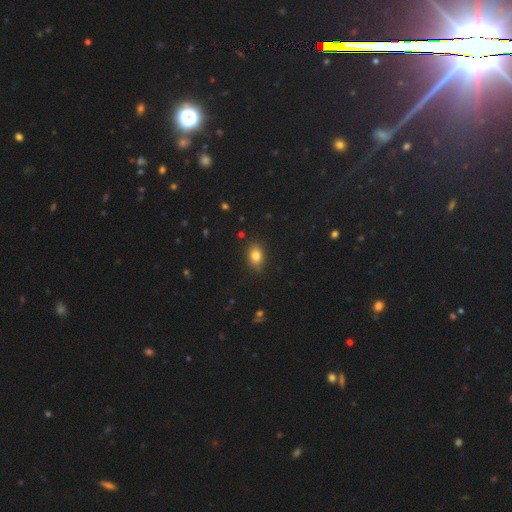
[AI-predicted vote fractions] Smooth or featured? Predicted: smooth (p=0.82). How rounded? Predicted: in between (p=0.78). Merging? Predicted: none (p=0.85).